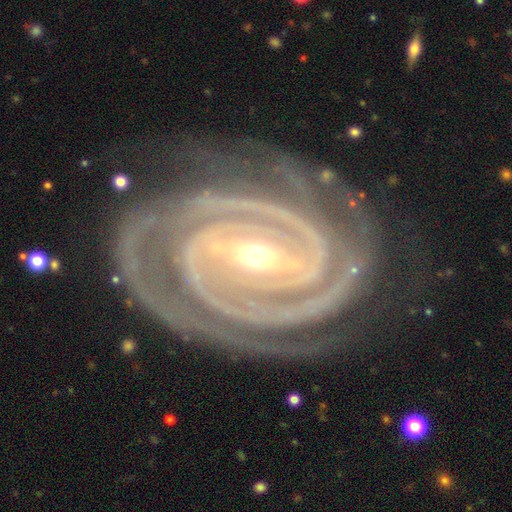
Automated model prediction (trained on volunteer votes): featured or disk 93%, star or artifact 5%, smooth 2%. Down the decision tree: edge-on disk — no (97%); bar — strong (66%); spiral arms — yes (99%); spiral arm count — 2 (58%); spiral winding — tight (84%); bulge size — small (58%); merging — none (79%).